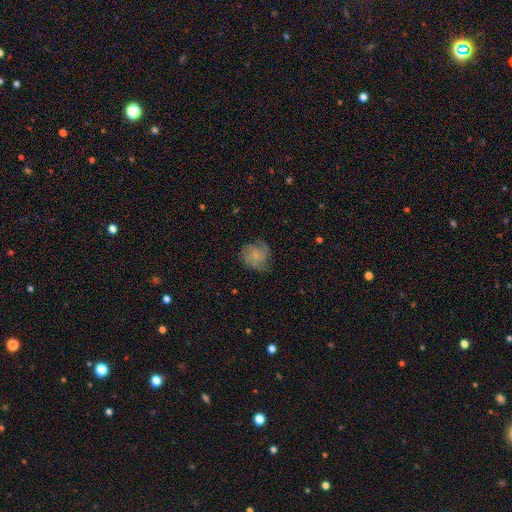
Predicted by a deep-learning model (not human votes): Smooth or featured? featured or disk (47%)
Merging? none (66%)